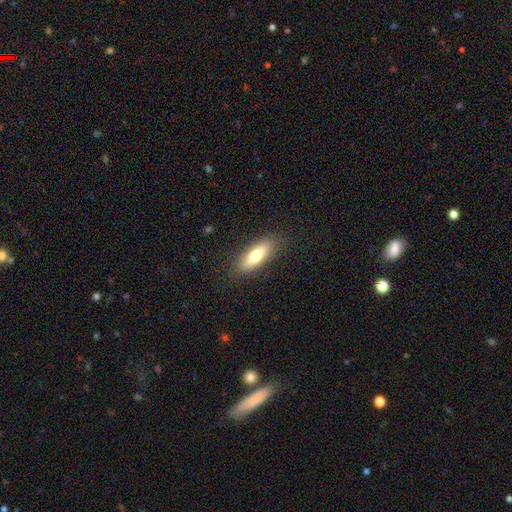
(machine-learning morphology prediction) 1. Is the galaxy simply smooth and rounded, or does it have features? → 70% smooth, 23% featured or disk, 7% star or artifact.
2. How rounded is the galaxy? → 51% in between, 47% cigar-shaped, 2% round.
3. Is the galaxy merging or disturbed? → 87% none, 10% minor disturbance, 3% major disturbance, 1% merger.